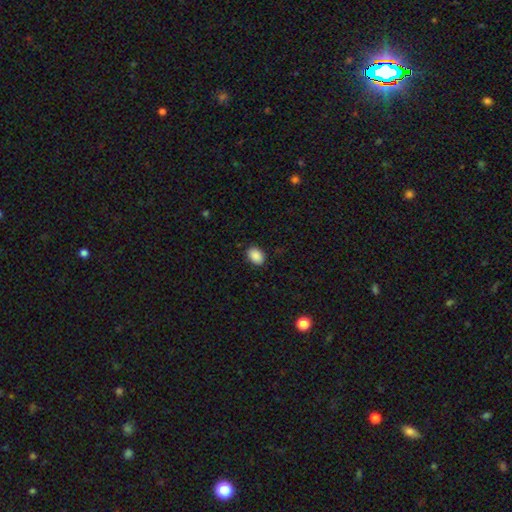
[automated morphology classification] A smooth galaxy with no disk features (89%) that is in between round and cigar-shaped (77%). Merging: none (88%).